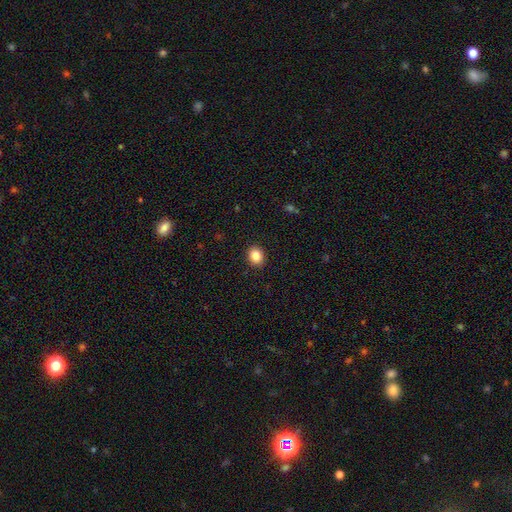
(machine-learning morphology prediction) smooth 85%, star or artifact 10%, featured or disk 5%. Down the decision tree: how rounded — round (58%); merging — none (91%).